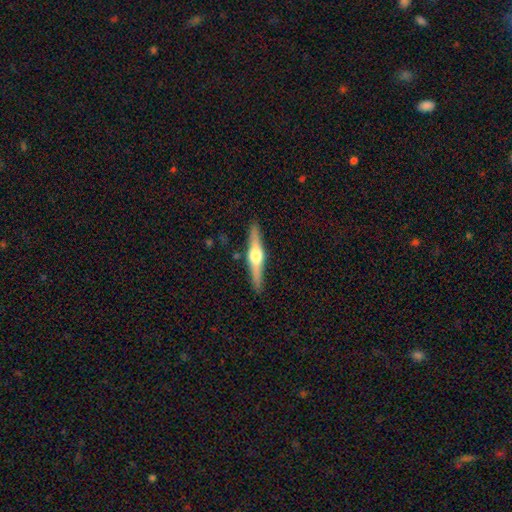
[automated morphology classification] Smooth or featured: featured or disk — 74% (smooth — 21%)
Edge-on disk: yes — 98% (no — 2%)
Edge-on bulge: rounded — 95% (boxy — 4%)
Merging: none — 90% (minor disturbance — 7%)